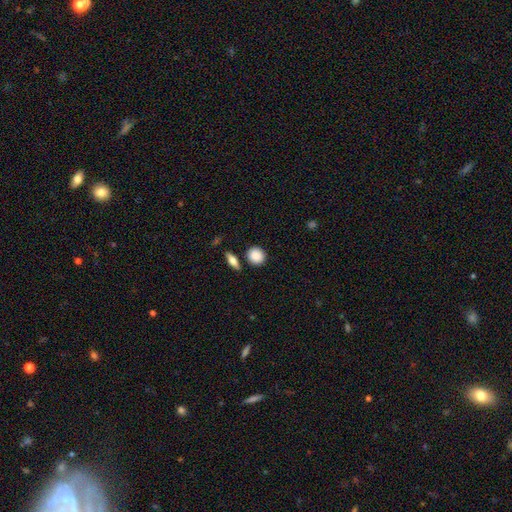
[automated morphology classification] smooth 88%, star or artifact 7%, featured or disk 5%. Down the decision tree: how rounded — round (81%); merging — none (82%).